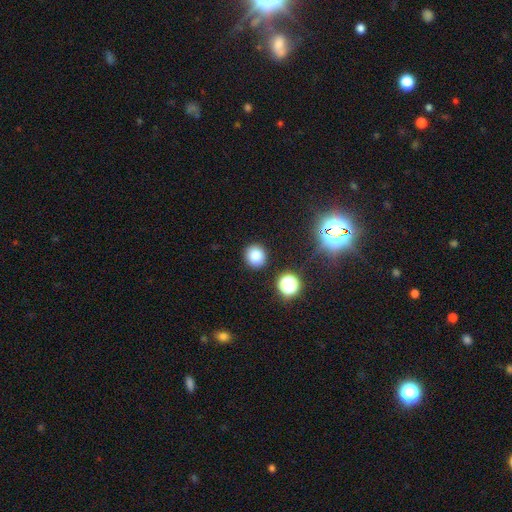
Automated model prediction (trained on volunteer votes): Smooth or featured: smooth — 80% (star or artifact — 14%)
How rounded: round — 88% (in between — 11%)
Merging: none — 89% (minor disturbance — 7%)